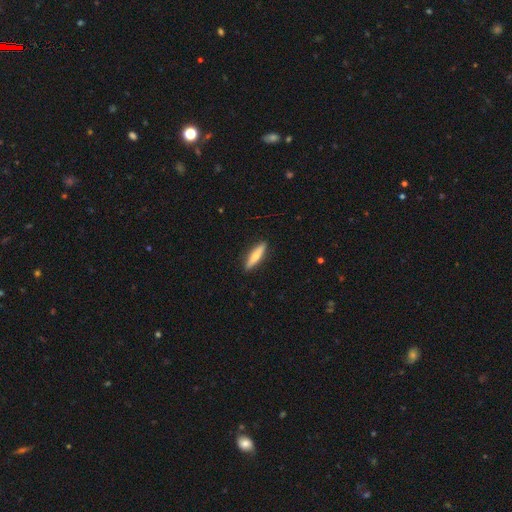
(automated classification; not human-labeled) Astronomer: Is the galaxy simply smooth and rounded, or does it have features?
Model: smooth — 59% (runner-up: featured or disk, 36%).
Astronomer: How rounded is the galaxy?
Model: cigar-shaped — 82%.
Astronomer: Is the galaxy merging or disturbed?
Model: none — 91%.